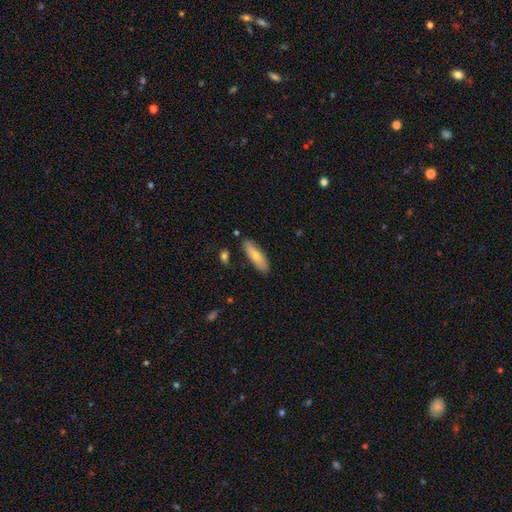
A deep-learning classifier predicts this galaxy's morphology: This is likely a smooth galaxy (66%). How rounded: possibly cigar-shaped (53%). Merging: clearly none (85%).